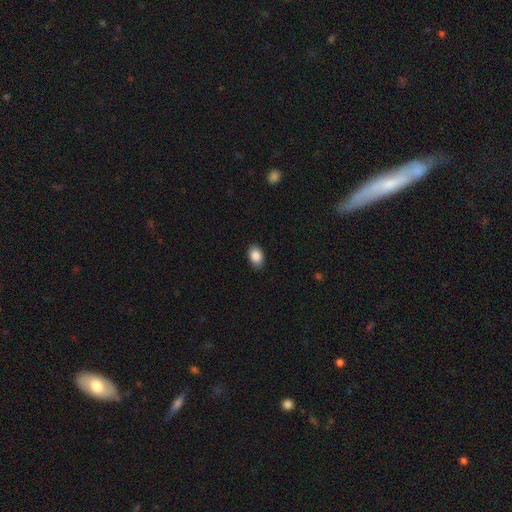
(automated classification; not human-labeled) A smooth galaxy with no disk features (89%) that is in between round and cigar-shaped (87%).

Vote fractions:
- Smooth or featured? smooth: 89% / star or artifact: 7% / featured or disk: 4%
- How rounded? in between: 87% / round: 11% / cigar-shaped: 1%
- Merging? none: 88% / minor disturbance: 9% / major disturbance: 2% / merger: 1%